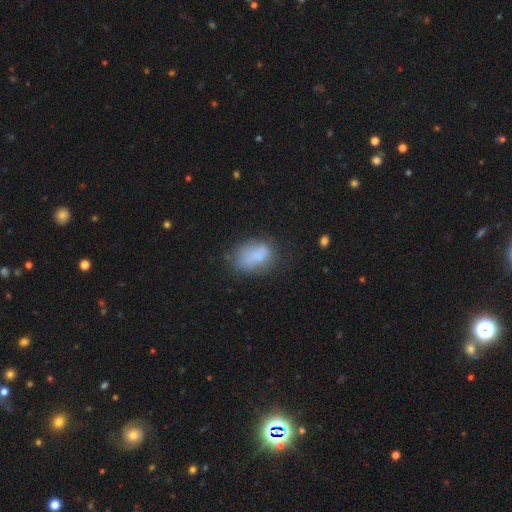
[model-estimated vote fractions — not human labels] Smooth or featured? smooth (74%)
How rounded? in between (84%)
Merging? none (48%)